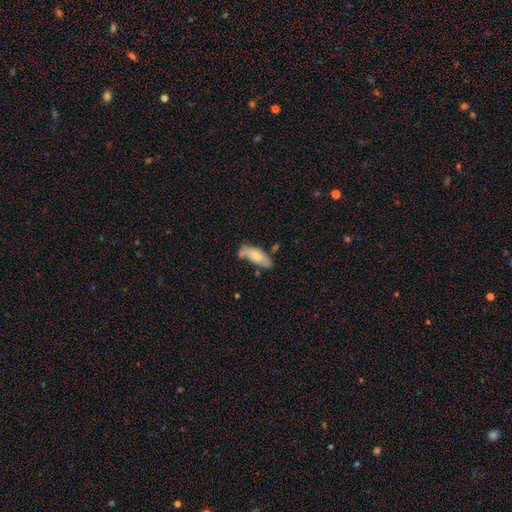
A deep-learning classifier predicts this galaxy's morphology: Smooth or featured? Predicted: smooth (p=0.72). How rounded? Predicted: in between (p=0.78). Merging? Predicted: none (p=0.60).